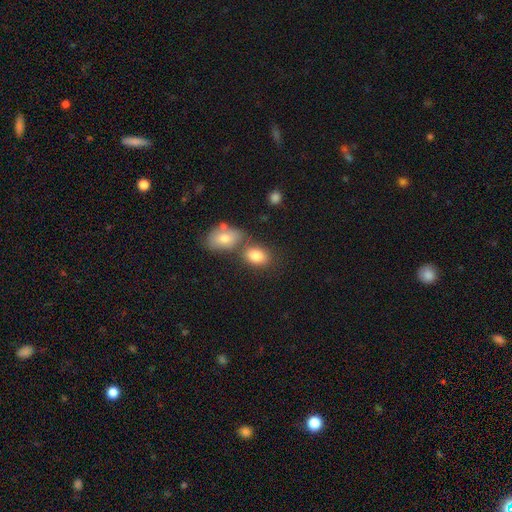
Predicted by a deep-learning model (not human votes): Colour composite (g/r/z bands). It shows a smooth galaxy with no disk features (82%) that is in between round and cigar-shaped (81%). Merging: none (52%).